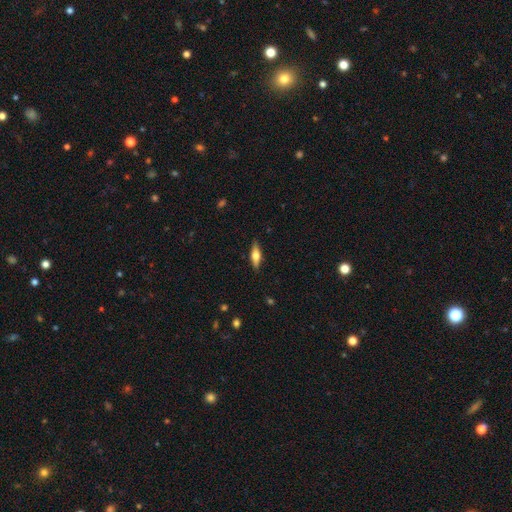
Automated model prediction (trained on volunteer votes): smooth-or-featured: smooth: 53% | featured or disk: 41% | star or artifact: 6%
  how-rounded: cigar-shaped: 49% (tied) | in between: 49% (tied) | round: 3%
  merging: none: 88% | minor disturbance: 9% | major disturbance: 2% | merger: 1%